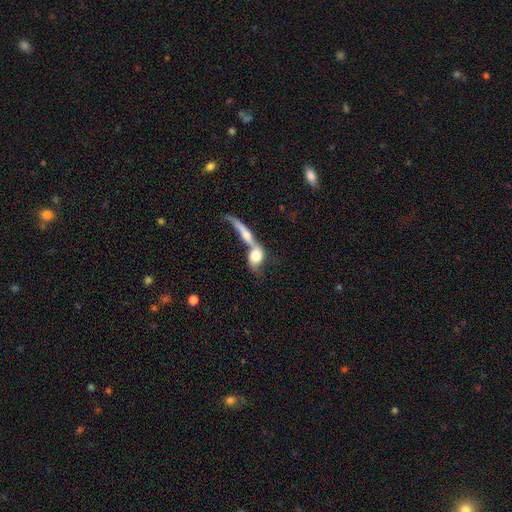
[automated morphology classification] Smooth or featured?
  - smooth: 59% *
  - featured or disk: 33%
  - star or artifact: 8%
How rounded?
  - in between: 57% *
  - round: 24%
  - cigar-shaped: 19%
Merging?
  - merger: 74% *
  - none: 13%
  - major disturbance: 8%
  - minor disturbance: 6%